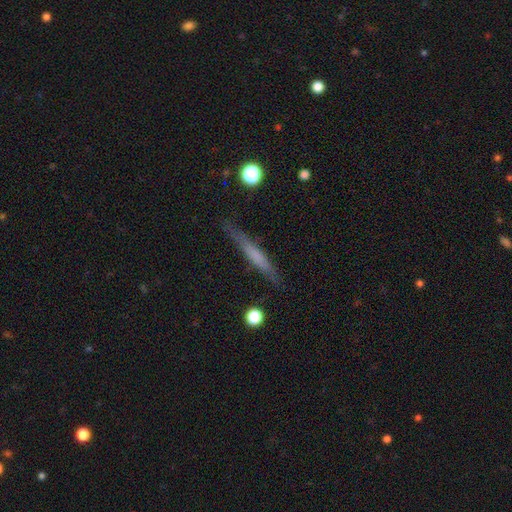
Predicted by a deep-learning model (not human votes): The model was most divided on "smooth or featured": smooth: 48%, featured or disk: 44%, star or artifact: 7%. More confident: merging — none (84%).